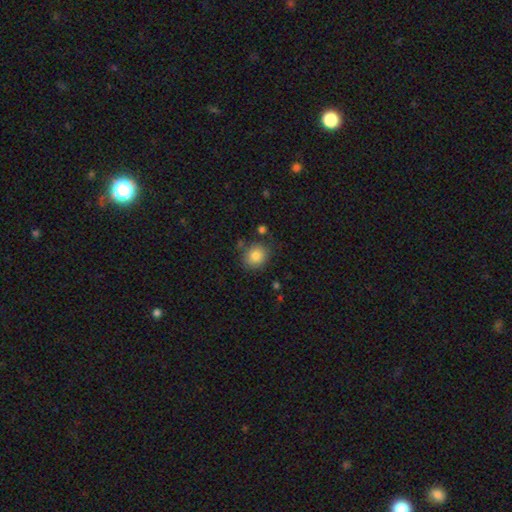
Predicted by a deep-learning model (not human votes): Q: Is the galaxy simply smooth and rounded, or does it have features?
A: smooth — 84%.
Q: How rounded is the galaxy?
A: round — 73%.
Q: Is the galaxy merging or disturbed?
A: none — 78%.